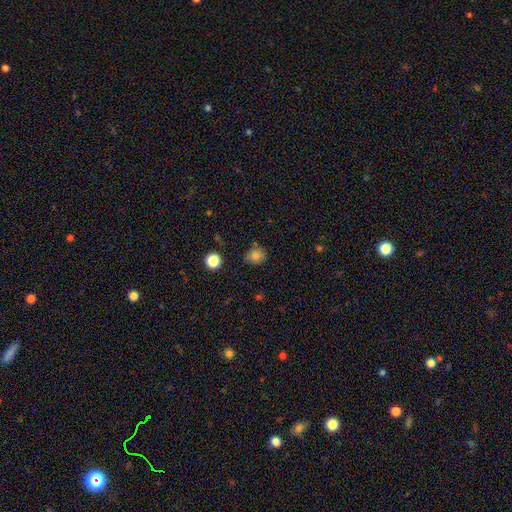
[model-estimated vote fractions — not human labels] smooth-or-featured: smooth: 80% | star or artifact: 14% | featured or disk: 6%
  how-rounded: round: 67% | in between: 32% | cigar-shaped: 1%
  merging: none: 74% | minor disturbance: 18% | major disturbance: 4% | merger: 4%